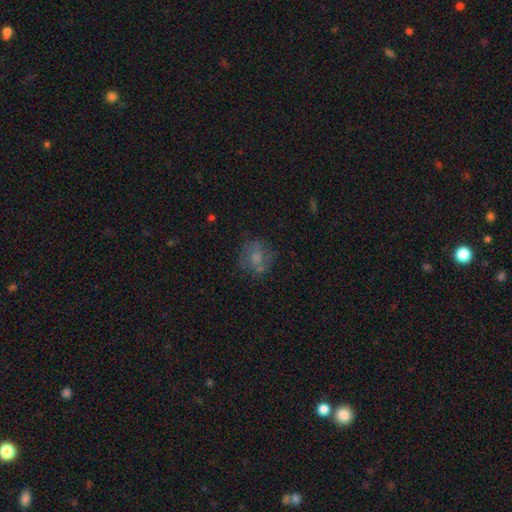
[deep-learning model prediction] A smooth galaxy with no disk features (50%). Merging: none (58%).